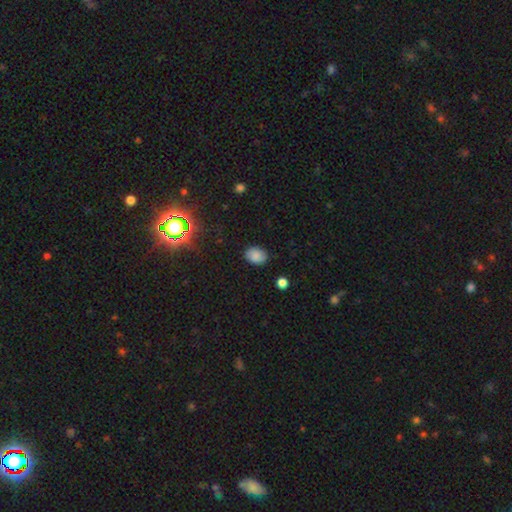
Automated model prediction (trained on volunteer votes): Overall: smooth (85%). How rounded: in between (67%; round 32%). Merging: none (84%).